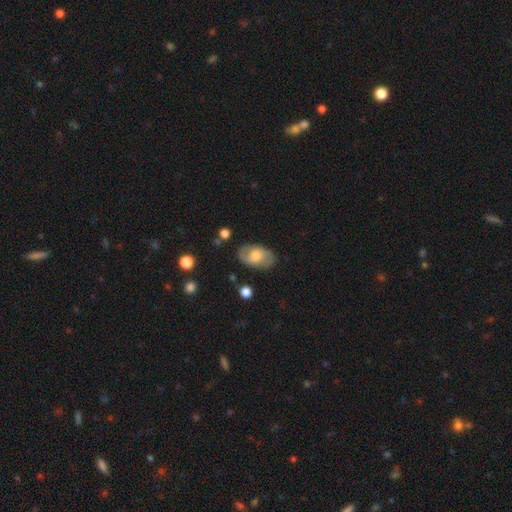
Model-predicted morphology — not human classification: Smooth or featured? smooth (51%)
How rounded? in between (89%)
Merging? none (77%)